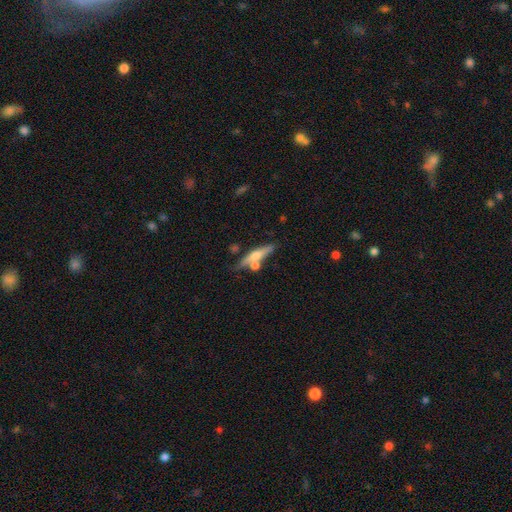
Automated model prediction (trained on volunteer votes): The model was most divided on "smooth or featured": featured or disk: 49%, smooth: 44%, star or artifact: 7%. More confident: merging — none (62%).